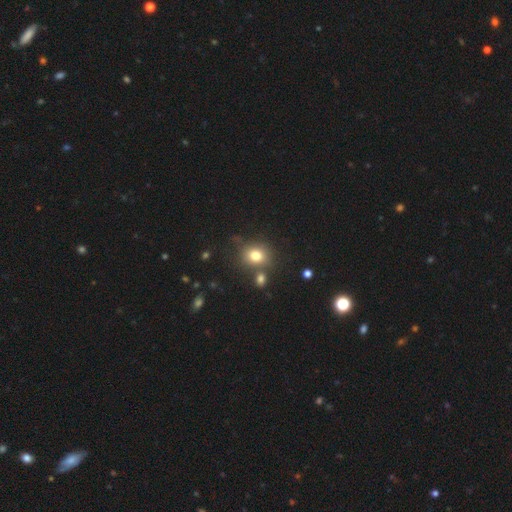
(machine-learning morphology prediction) A smooth galaxy with no disk features (78%) that is round (61%).

Vote fractions:
- Smooth or featured? smooth: 78% / star or artifact: 12% / featured or disk: 10%
- How rounded? round: 61% / in between: 37% / cigar-shaped: 1%
- Merging? none: 69% / merger: 14% / minor disturbance: 13% / major disturbance: 4%